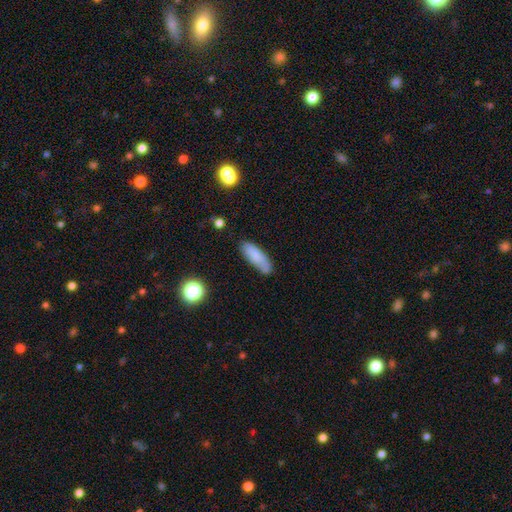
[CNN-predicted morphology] Smooth or featured? Predicted: smooth (p=0.81). How rounded? Predicted: in between (p=0.57). Merging? Predicted: none (p=0.70).